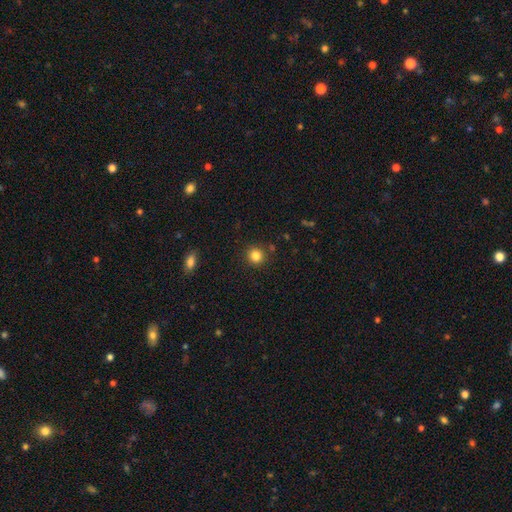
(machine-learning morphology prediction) smooth_or_featured: smooth (p=0.83) [alt: star or artifact p=0.12]
how_rounded: round (p=0.91) [alt: in between p=0.08]
merging: none (p=0.88) [alt: minor disturbance p=0.07]